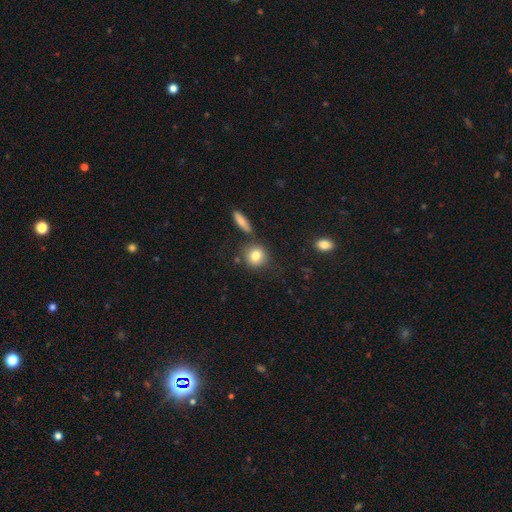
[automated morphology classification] A smooth galaxy with no disk features (81%) that is round (81%).

Vote fractions:
- Smooth or featured? smooth: 81% / featured or disk: 9% / star or artifact: 9%
- How rounded? round: 81% / in between: 17% / cigar-shaped: 2%
- Merging? none: 74% / minor disturbance: 12% / merger: 10% / major disturbance: 4%